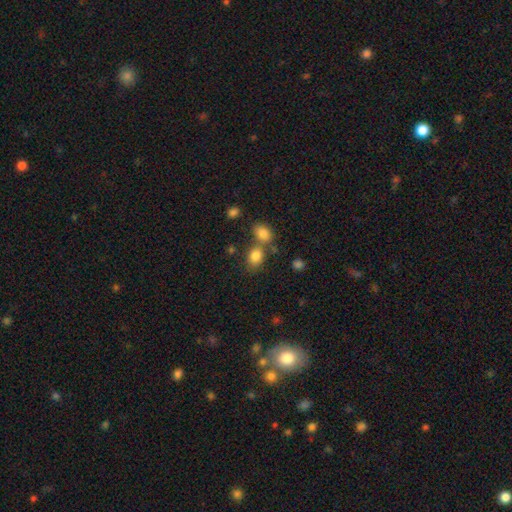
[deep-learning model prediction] This is clearly a smooth galaxy (82%). How rounded: likely in between (63%). Merging: possibly none (51%).